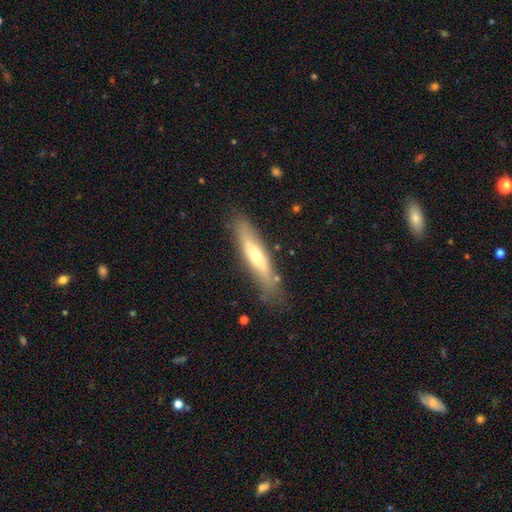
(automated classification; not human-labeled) Overall: featured or disk (49%; smooth 43%). Merging: none (78%).